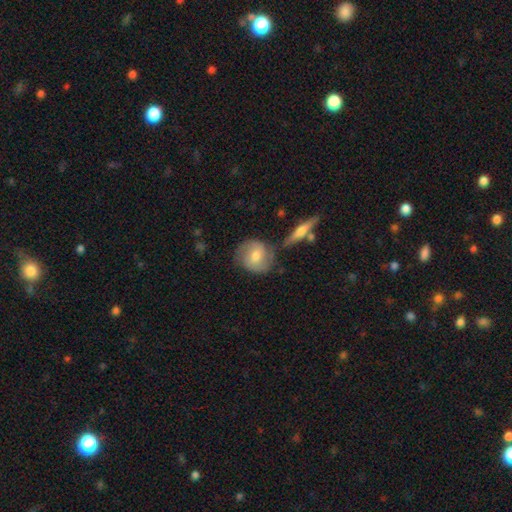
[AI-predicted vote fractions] featured or disk 50%, smooth 43%, star or artifact 6%. Down the decision tree: edge-on disk — no (92%); merging — none (69%).